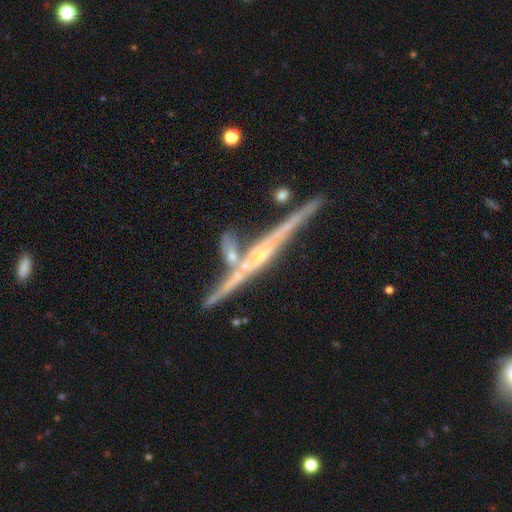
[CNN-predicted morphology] Smooth or featured?
  - featured or disk: 85% *
  - smooth: 9%
  - star or artifact: 7%
Edge-on disk?
  - yes: 96% *
  - no: 4%
Edge-on bulge?
  - rounded: 70% *
  - none: 21%
  - boxy: 9%
Merging?
  - none: 60% *
  - merger: 21%
  - minor disturbance: 14%
  - major disturbance: 5%